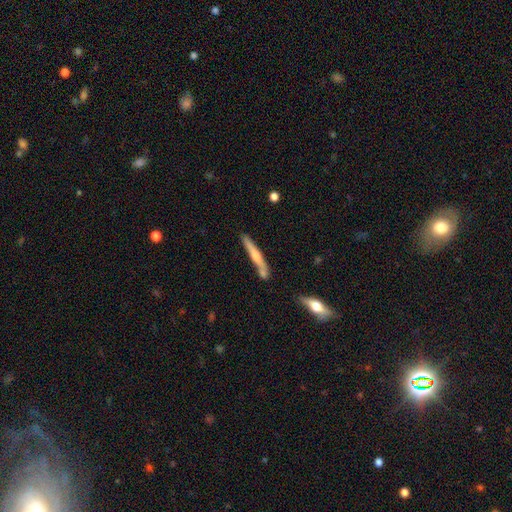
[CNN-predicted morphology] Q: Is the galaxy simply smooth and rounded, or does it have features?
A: smooth — 48%.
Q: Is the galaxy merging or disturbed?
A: none — 70%.